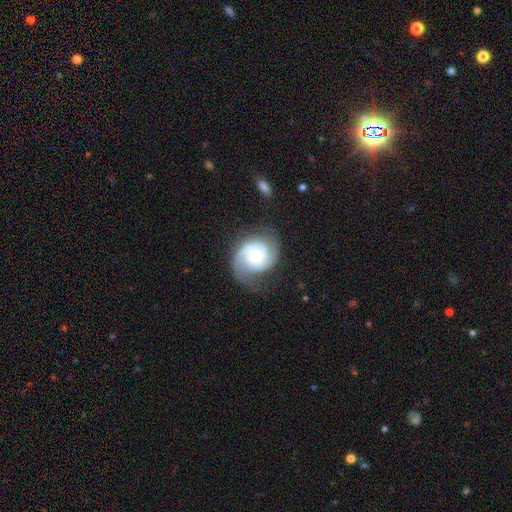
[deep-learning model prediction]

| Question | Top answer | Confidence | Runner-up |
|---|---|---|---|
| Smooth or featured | featured or disk | 84% | smooth (11%) |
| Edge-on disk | no | 98% | yes (2%) |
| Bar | no | 70% | weak (25%) |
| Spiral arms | yes | 96% | no (4%) |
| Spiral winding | tight | 45% | medium (42%) |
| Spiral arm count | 2 | 75% | 3 (8%) |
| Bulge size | moderate | 48% | small (45%) |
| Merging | none | 63% | minor disturbance (21%) |